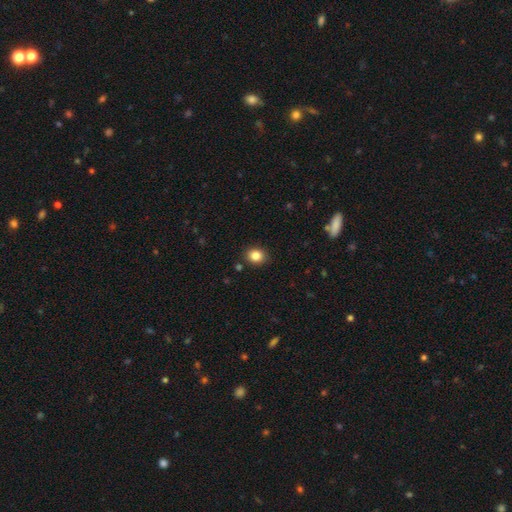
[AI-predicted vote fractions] Overall: smooth (85%). How rounded: round (58%; in between 41%). Merging: none (88%).